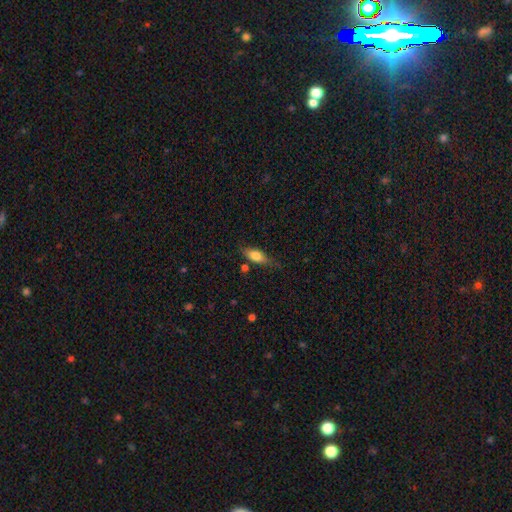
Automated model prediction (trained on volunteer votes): Morphology: type=smooth (72%); roundness=in between (74%); merging=none (65%).